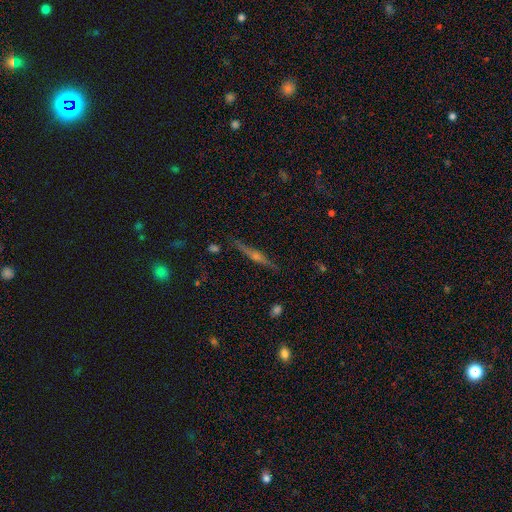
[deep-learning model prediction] Q: Smooth or featured?
A: featured or disk (75%); runner-up: smooth (15%)
Q: Edge-on disk?
A: yes (98%); runner-up: no (2%)
Q: Edge-on bulge?
A: rounded (85%); runner-up: boxy (8%)
Q: Merging?
A: none (89%); runner-up: minor disturbance (8%)